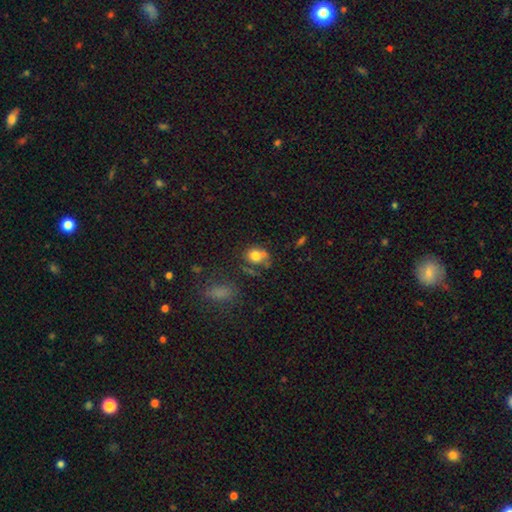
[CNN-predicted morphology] smooth-or-featured: smooth: 75% | featured or disk: 13% | star or artifact: 12%
  how-rounded: round: 64% | in between: 34% | cigar-shaped: 1%
  merging: none: 45% | merger: 30% | minor disturbance: 17% | major disturbance: 9%